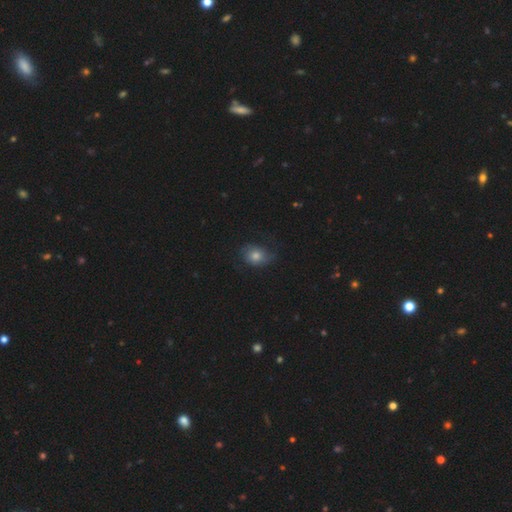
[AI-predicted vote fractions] This is likely a smooth galaxy (72%). How rounded: possibly round (51%). Merging: likely none (65%).